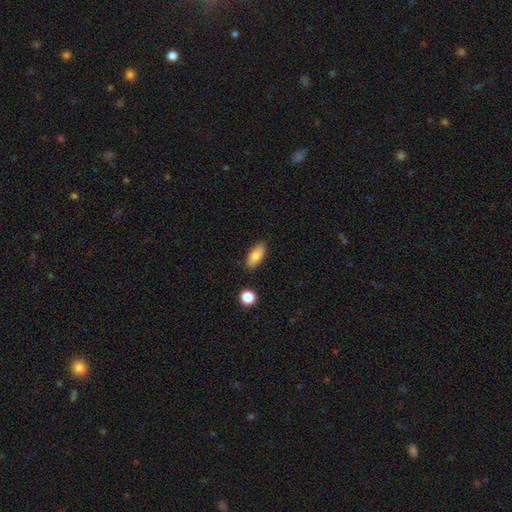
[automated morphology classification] Smooth or featured?
  - smooth: 82% *
  - featured or disk: 10%
  - star or artifact: 7%
How rounded?
  - in between: 83% *
  - cigar-shaped: 14%
  - round: 3%
Merging?
  - none: 87% *
  - minor disturbance: 9%
  - merger: 2%
  - major disturbance: 2%